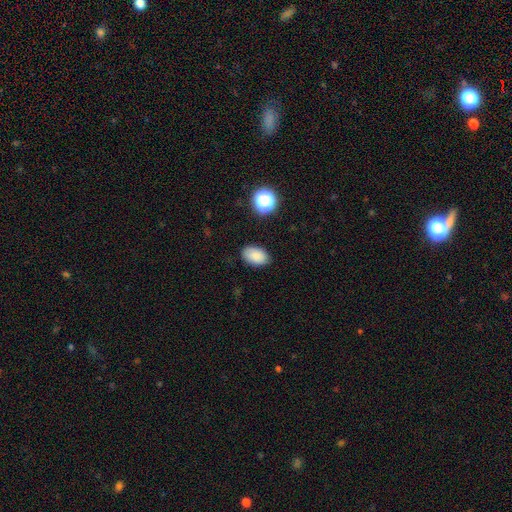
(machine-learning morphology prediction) type=smooth (86%); roundness=in between (90%); merging=none (85%).